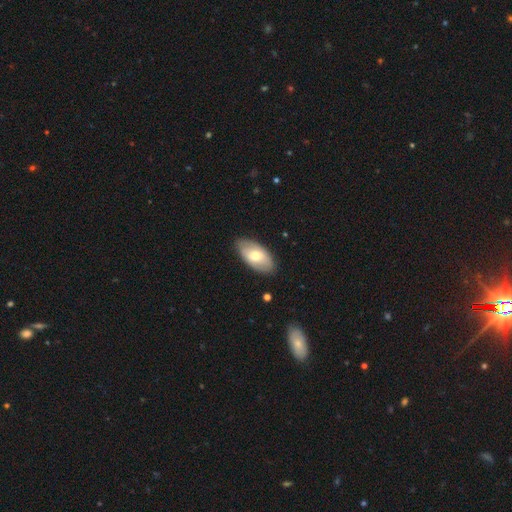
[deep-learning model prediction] Morphology: type=smooth (59%); roundness=in between (94%); merging=none (83%).